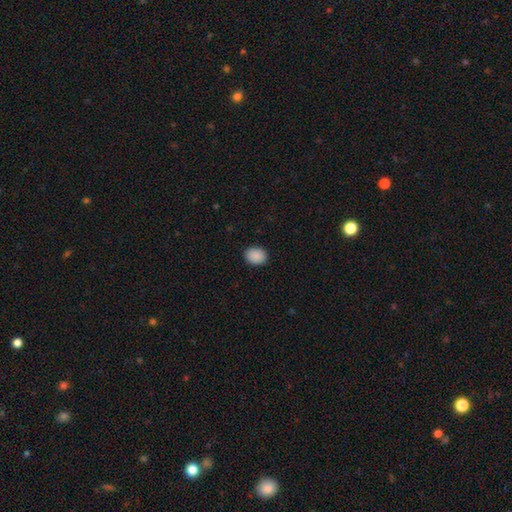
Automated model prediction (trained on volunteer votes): smooth_or_featured: smooth (p=0.90) [alt: star or artifact p=0.08]
how_rounded: round (p=0.59) [alt: in between p=0.40]
merging: none (p=0.90) [alt: minor disturbance p=0.07]